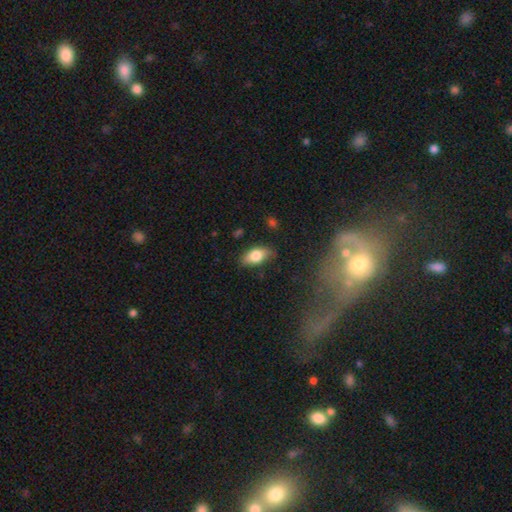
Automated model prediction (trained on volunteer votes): This appears to be a smooth galaxy with no disk features (76%) that is in between round and cigar-shaped (87%). Merging: none (79%).